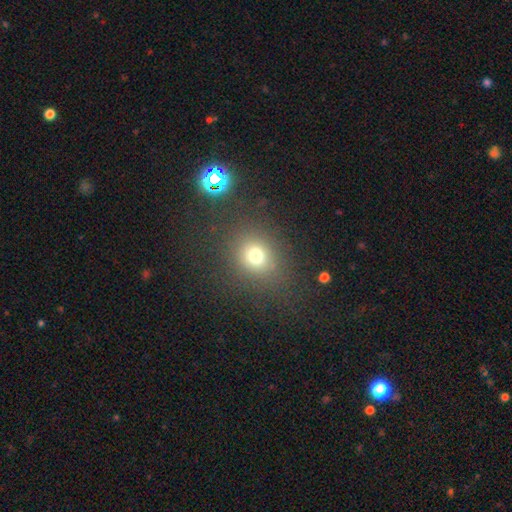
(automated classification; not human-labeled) A smooth galaxy with no disk features (73%) that is round (74%). Merging: none (80%).